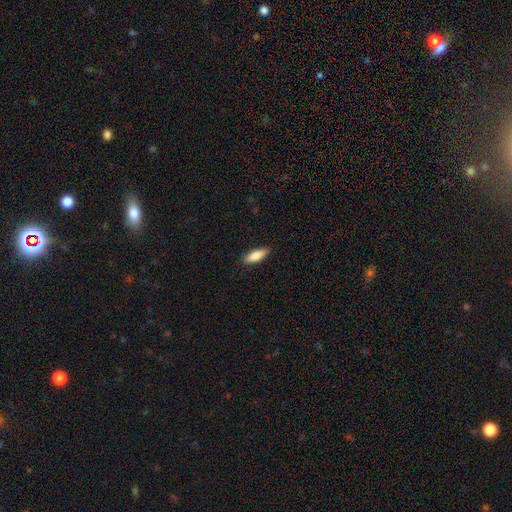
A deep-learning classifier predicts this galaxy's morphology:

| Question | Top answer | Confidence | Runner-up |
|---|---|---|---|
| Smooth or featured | smooth | 81% | featured or disk (13%) |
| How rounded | in between | 60% | cigar-shaped (38%) |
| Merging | none | 88% | minor disturbance (10%) |